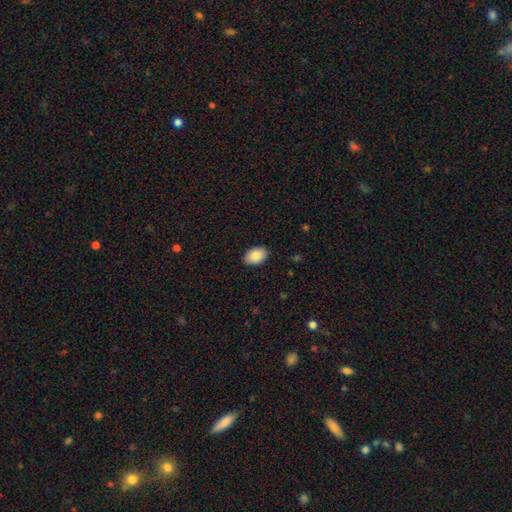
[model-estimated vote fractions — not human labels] This is clearly a smooth galaxy (88%). How rounded: clearly in between (90%). Merging: clearly none (88%).